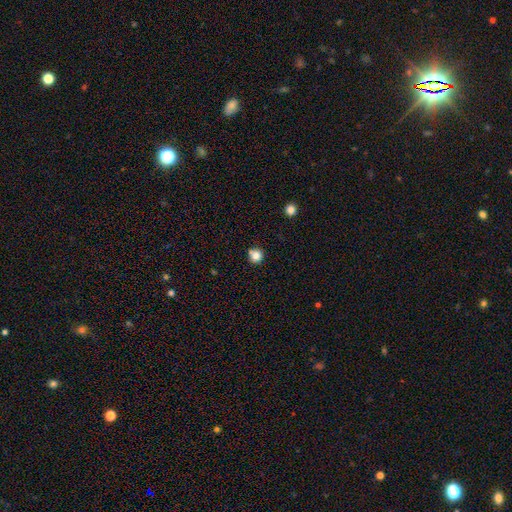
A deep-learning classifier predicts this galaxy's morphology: Smooth or featured: smooth — 82% (star or artifact — 12%)
How rounded: round — 93% (in between — 6%)
Merging: none — 76% (minor disturbance — 13%)